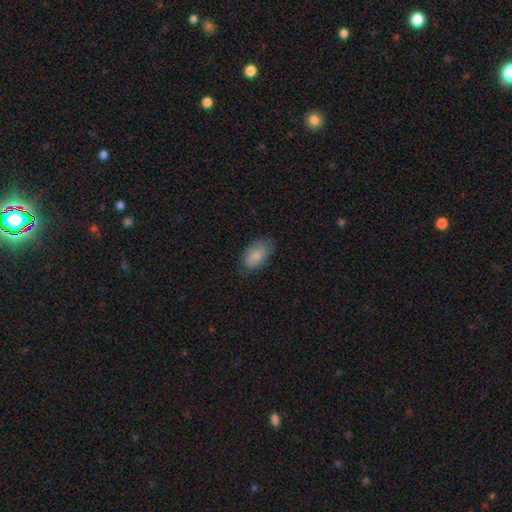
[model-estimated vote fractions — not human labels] Morphology: type=smooth (78%); roundness=in between (93%); merging=none (72%).